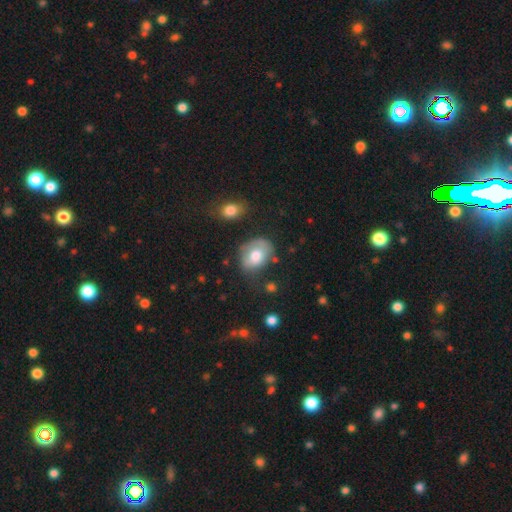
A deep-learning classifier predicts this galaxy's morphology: smooth-or-featured: smooth: 67% | featured or disk: 25% | star or artifact: 8%
  how-rounded: in between: 60% | round: 39% | cigar-shaped: 1%
  merging: none: 52% | minor disturbance: 29% | major disturbance: 13% | merger: 5%